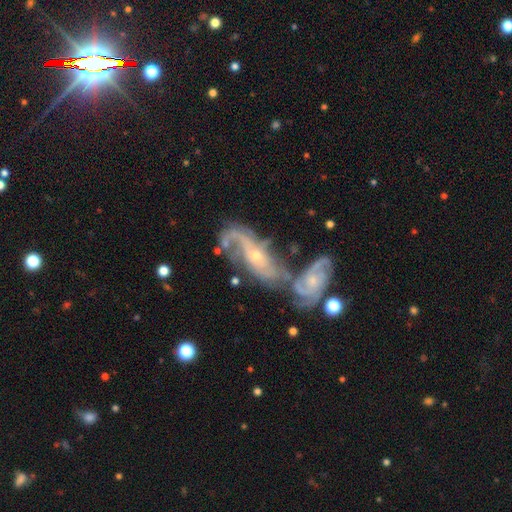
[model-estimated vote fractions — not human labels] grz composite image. It shows a featured or disk galaxy (82%) with no bar (50%), 2 (54%) medium (40%) spiral arms (92%) and a small central bulge (63%). Merging: merger (45%).